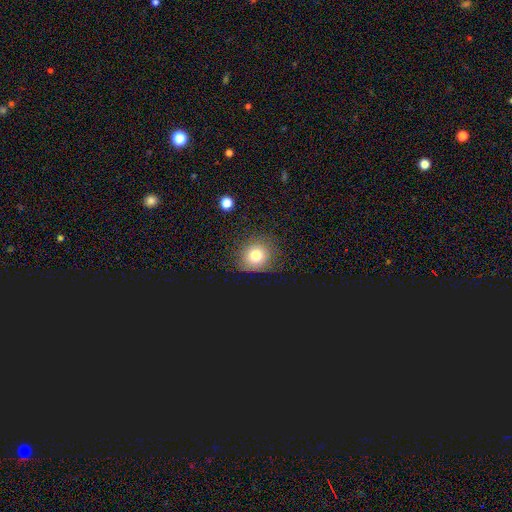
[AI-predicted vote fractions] Smooth or featured: smooth — 73% (star or artifact — 16%)
How rounded: round — 82% (in between — 17%)
Merging: none — 78% (minor disturbance — 14%)